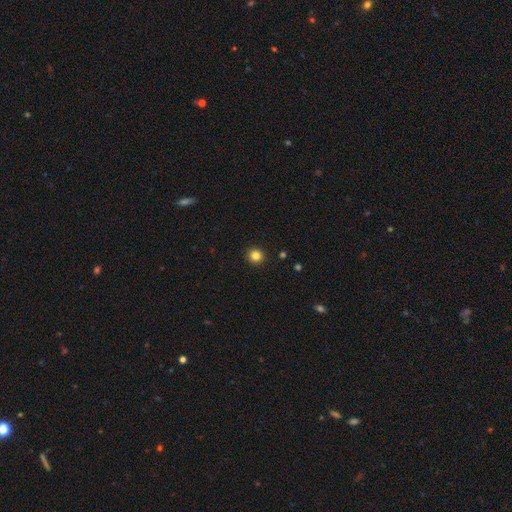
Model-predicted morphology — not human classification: Smooth or featured? Predicted: smooth (p=0.83). How rounded? Predicted: round (p=0.94). Merging? Predicted: none (p=0.93).